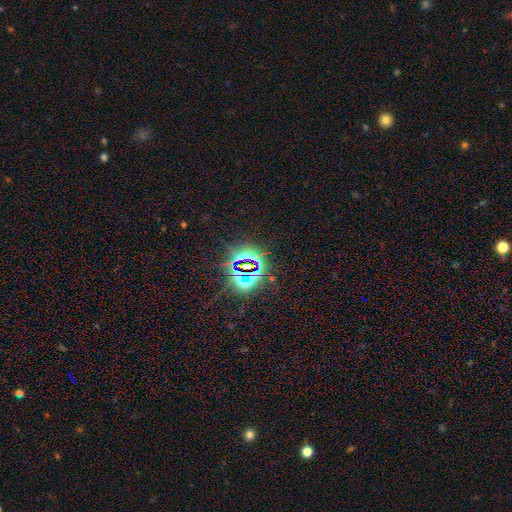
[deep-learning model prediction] Morphology: type=star or artifact (81%).